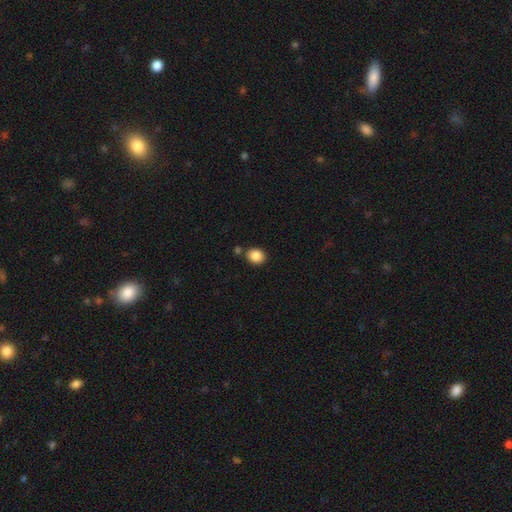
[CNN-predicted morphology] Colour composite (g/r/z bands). It shows a smooth galaxy with no disk features (86%) that is round (60%). Merging: none (78%).